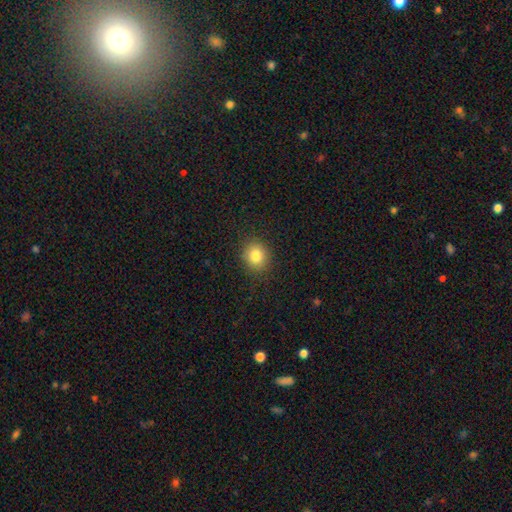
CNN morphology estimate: A smooth galaxy with no disk features (82%) that is round (75%).

Vote fractions:
- Smooth or featured? smooth: 82% / star or artifact: 11% / featured or disk: 7%
- How rounded? round: 75% / in between: 24% / cigar-shaped: 1%
- Merging? none: 89% / minor disturbance: 8% / major disturbance: 2% / merger: 1%